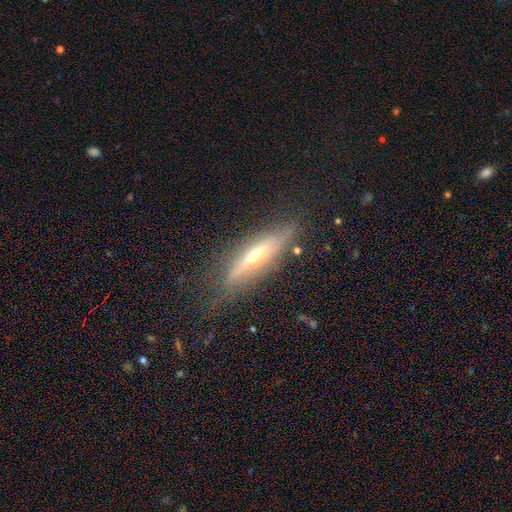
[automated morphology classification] featured or disk 64%, smooth 29%, star or artifact 7%. Down the decision tree: edge-on disk — yes (88%); edge-on bulge — rounded (74%); merging — none (74%).